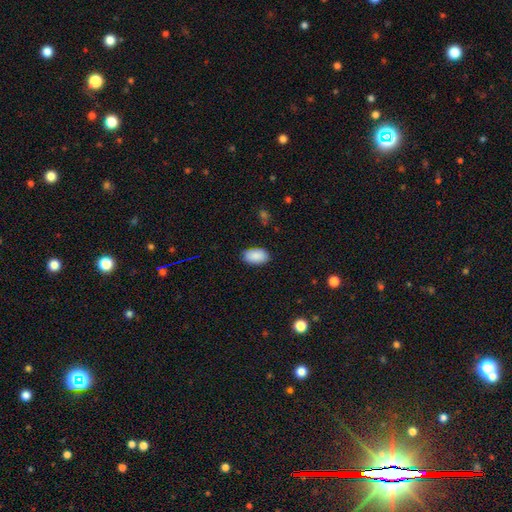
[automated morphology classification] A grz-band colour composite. It shows a smooth galaxy with no disk features (90%) that is in between round and cigar-shaped (93%). Merging: none (87%).